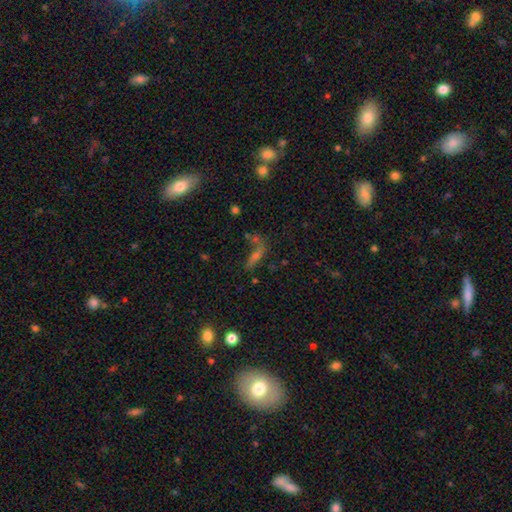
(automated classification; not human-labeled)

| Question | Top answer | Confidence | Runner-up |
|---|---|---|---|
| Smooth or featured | smooth | 44% | featured or disk (30%) |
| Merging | none | 44% | merger (22%) |